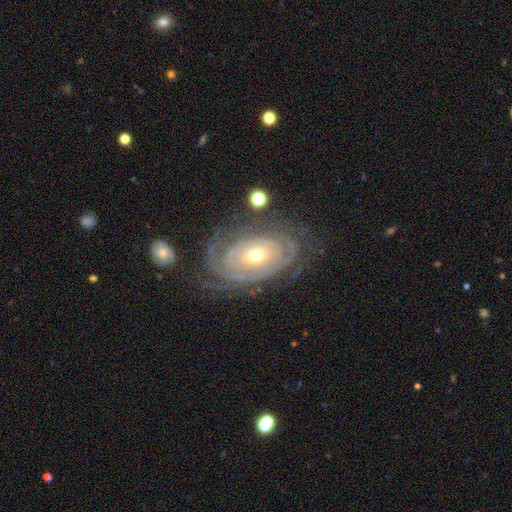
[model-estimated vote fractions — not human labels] Smooth or featured? featured or disk (86%)
Edge-on disk? no (95%)
Bar? no (78%)
Spiral arms? yes (92%)
Spiral winding? tight (79%)
Spiral arm count? can't tell (36%)
Bulge size? moderate (59%)
Merging? none (69%)